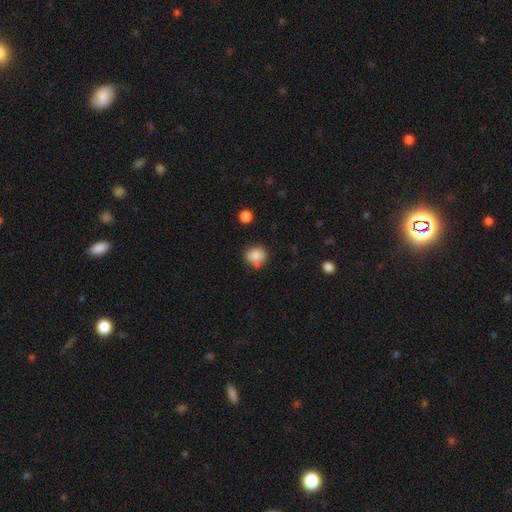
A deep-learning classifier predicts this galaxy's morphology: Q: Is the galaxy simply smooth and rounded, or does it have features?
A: smooth — 86%.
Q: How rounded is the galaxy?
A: round — 83%.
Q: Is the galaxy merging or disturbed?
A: none — 72%.